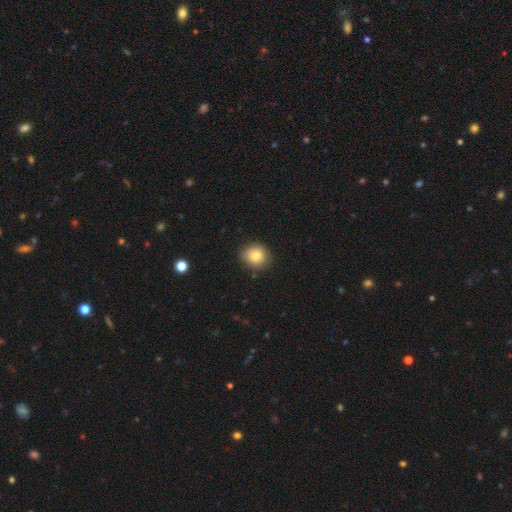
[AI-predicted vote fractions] A smooth galaxy with no disk features (82%) that is round (80%).

Vote fractions:
- Smooth or featured? smooth: 82% / star or artifact: 10% / featured or disk: 8%
- How rounded? round: 80% / in between: 19% / cigar-shaped: 1%
- Merging? none: 83% / minor disturbance: 13% / major disturbance: 3% / merger: 1%